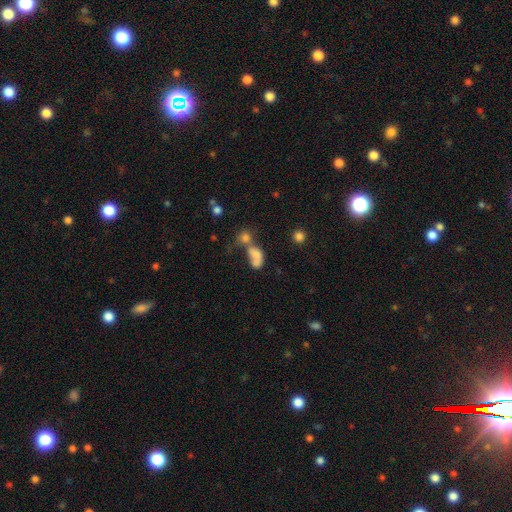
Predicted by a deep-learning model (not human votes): Smooth or featured: smooth — 64% (featured or disk — 23%)
How rounded: in between — 75% (round — 22%)
Merging: merger — 60% (none — 16%)